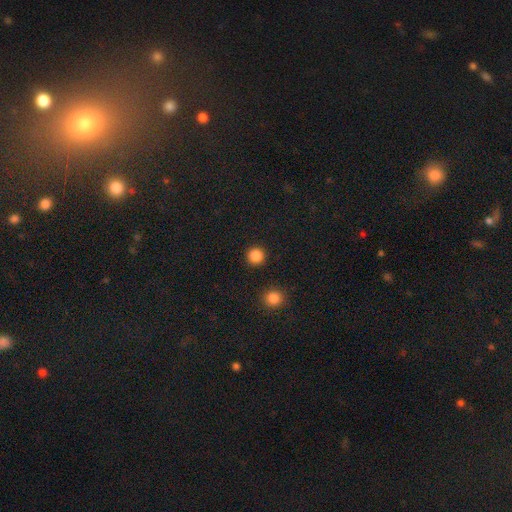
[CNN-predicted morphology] smooth_or_featured: smooth (p=0.86) [alt: star or artifact p=0.11]
how_rounded: round (p=0.95) [alt: in between p=0.04]
merging: none (p=0.92) [alt: minor disturbance p=0.04]